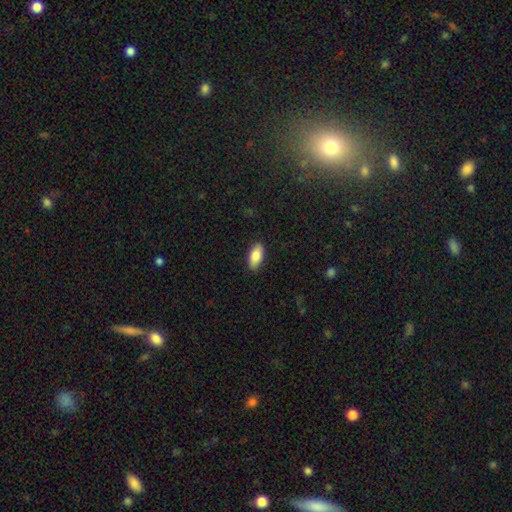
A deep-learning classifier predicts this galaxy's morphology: A smooth galaxy with no disk features (86%) that is in between round and cigar-shaped (90%).

Vote fractions:
- Smooth or featured? smooth: 86% / featured or disk: 8% / star or artifact: 6%
- How rounded? in between: 90% / cigar-shaped: 7% / round: 3%
- Merging? none: 89% / minor disturbance: 8% / major disturbance: 2% / merger: 1%